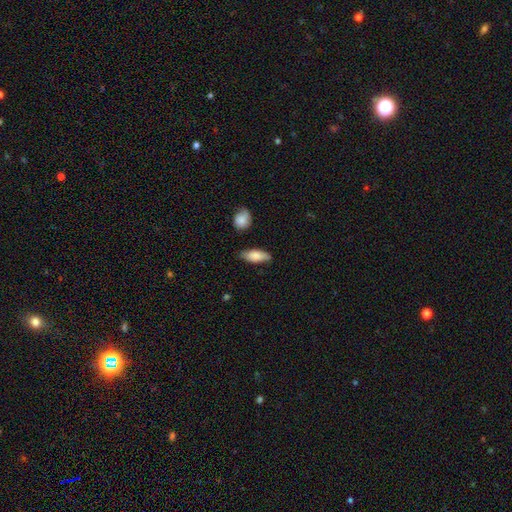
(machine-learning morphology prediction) The model was most divided on "how rounded": in between: 76%, cigar-shaped: 22%, round: 3%. More confident: smooth or featured — smooth (80%); merging — none (74%).